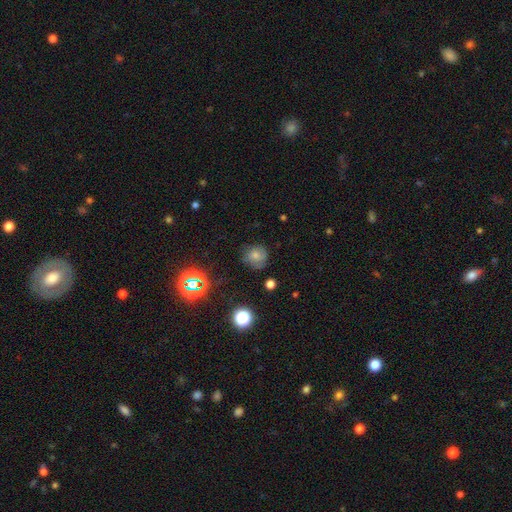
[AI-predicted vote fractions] smooth 66%, star or artifact 19%, featured or disk 15%. Down the decision tree: how rounded — round (84%); merging — none (71%).